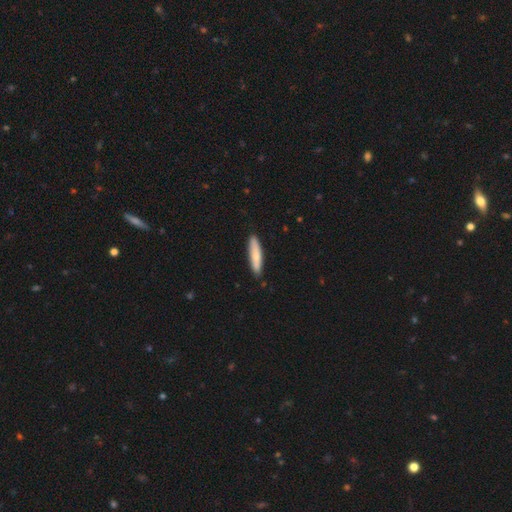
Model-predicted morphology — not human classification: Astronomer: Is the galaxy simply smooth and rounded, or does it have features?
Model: smooth — 74%.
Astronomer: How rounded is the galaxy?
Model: cigar-shaped — 83%.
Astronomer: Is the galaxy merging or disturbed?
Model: none — 88%.